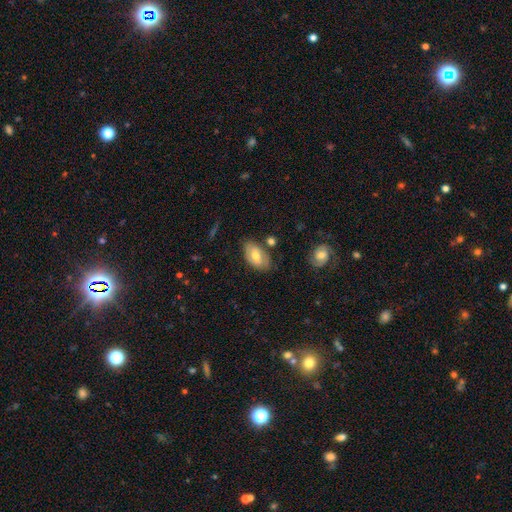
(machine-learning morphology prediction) A smooth galaxy with no disk features (59%) that is in between round and cigar-shaped (93%). Merging: none (72%).